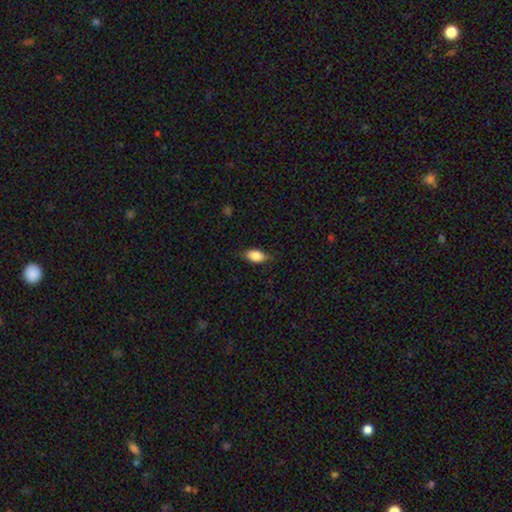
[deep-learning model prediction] A smooth galaxy with no disk features (82%) that is in between round and cigar-shaped (88%).

Vote fractions:
- Smooth or featured? smooth: 82% / featured or disk: 10% / star or artifact: 7%
- How rounded? in between: 88% / round: 7% / cigar-shaped: 5%
- Merging? none: 77% / minor disturbance: 18% / major disturbance: 4% / merger: 1%